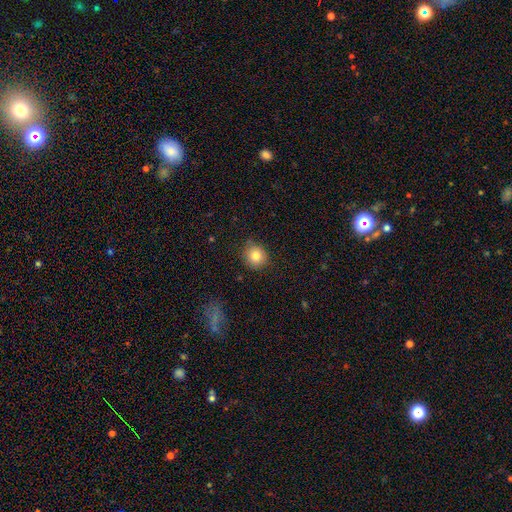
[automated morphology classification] Smooth or featured?
  - smooth: 82% *
  - star or artifact: 10%
  - featured or disk: 7%
How rounded?
  - round: 87% *
  - in between: 12%
  - cigar-shaped: 1%
Merging?
  - none: 80% *
  - minor disturbance: 15%
  - major disturbance: 3%
  - merger: 2%